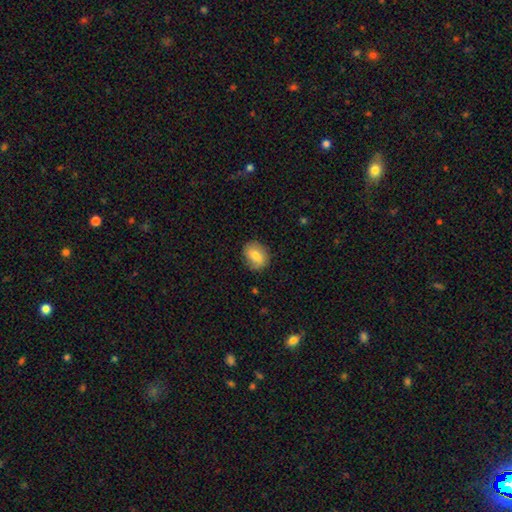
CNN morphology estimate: This is likely a smooth galaxy (76%). How rounded: possibly in between (55%). Merging: likely none (79%).